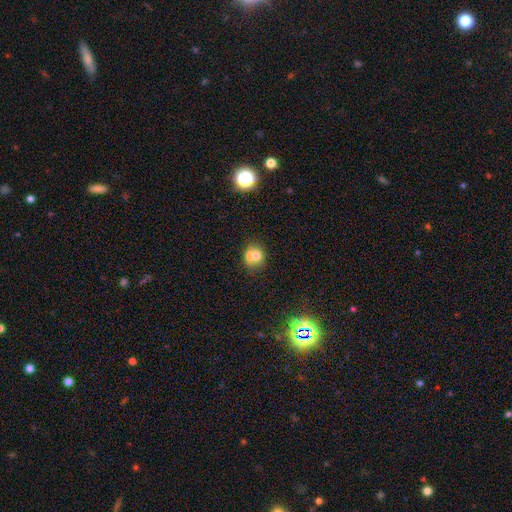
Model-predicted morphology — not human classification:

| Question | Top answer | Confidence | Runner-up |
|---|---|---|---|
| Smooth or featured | smooth | 67% | featured or disk (21%) |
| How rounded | round | 71% | in between (28%) |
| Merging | merger | 53% | none (32%) |